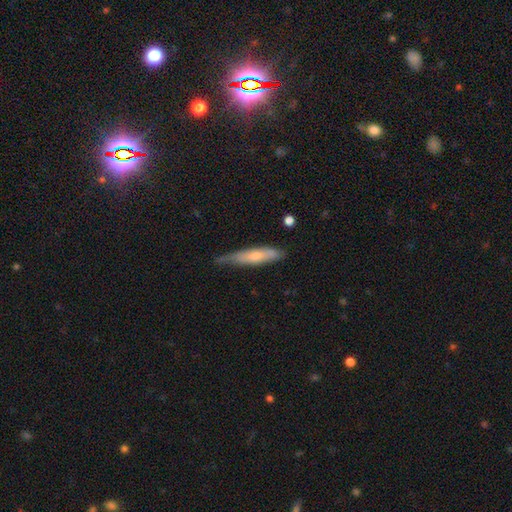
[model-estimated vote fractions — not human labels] A smooth galaxy with no disk features (56%) that is cigar-shaped (85%).

Vote fractions:
- Smooth or featured? smooth: 56% / featured or disk: 39% / star or artifact: 6%
- How rounded? cigar-shaped: 85% / in between: 13% / round: 2%
- Merging? none: 60% / minor disturbance: 32% / major disturbance: 6% / merger: 2%